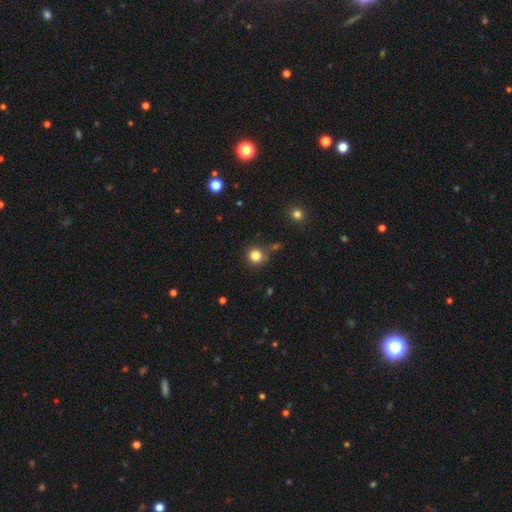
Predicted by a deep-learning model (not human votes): Overall: smooth (83%). How rounded: round (93%). Merging: none (78%).